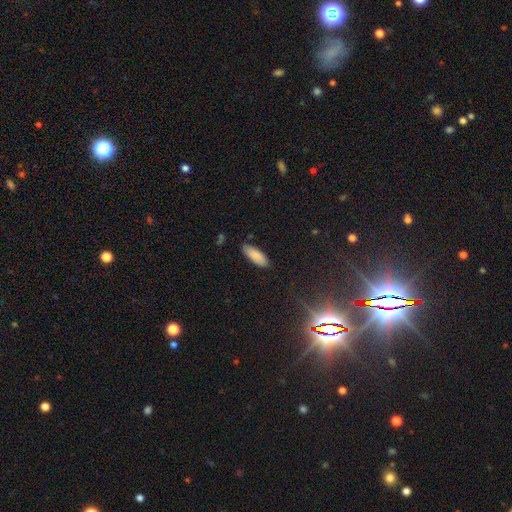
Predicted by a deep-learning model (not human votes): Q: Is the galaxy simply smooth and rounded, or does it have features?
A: smooth — 86%.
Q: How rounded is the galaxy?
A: in between — 68%.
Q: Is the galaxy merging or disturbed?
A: none — 86%.